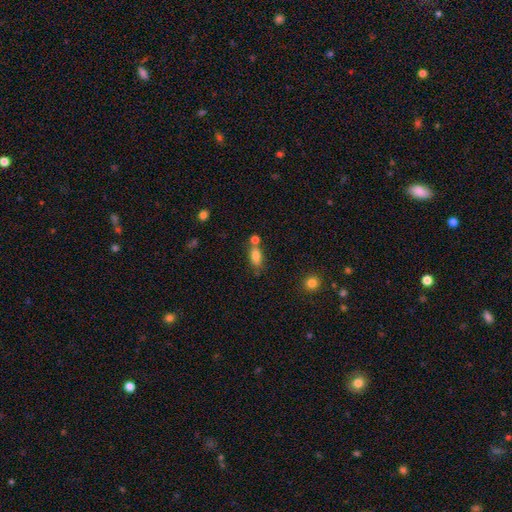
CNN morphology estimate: Smooth or featured? smooth (81%)
How rounded? in between (82%)
Merging? none (52%)